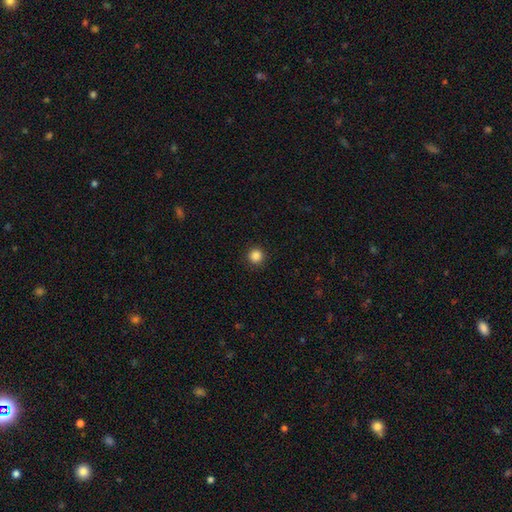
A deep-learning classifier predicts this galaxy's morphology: This appears to be a smooth galaxy with no disk features (86%) that is round (96%). Merging: none (93%).